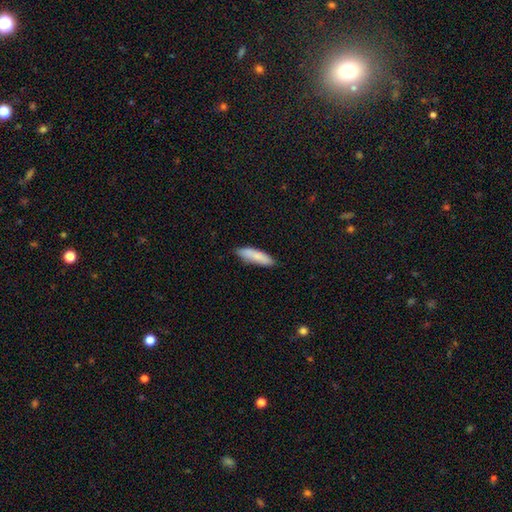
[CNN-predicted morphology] Smooth or featured? smooth (84%)
How rounded? cigar-shaped (64%)
Merging? none (82%)